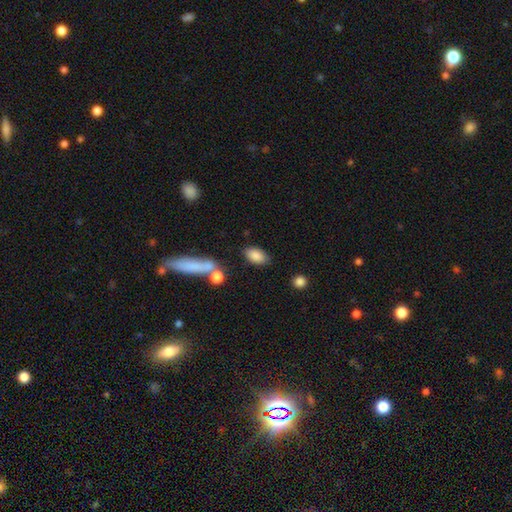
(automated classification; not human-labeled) Morphology: type=smooth (86%); roundness=in between (90%); merging=none (77%).